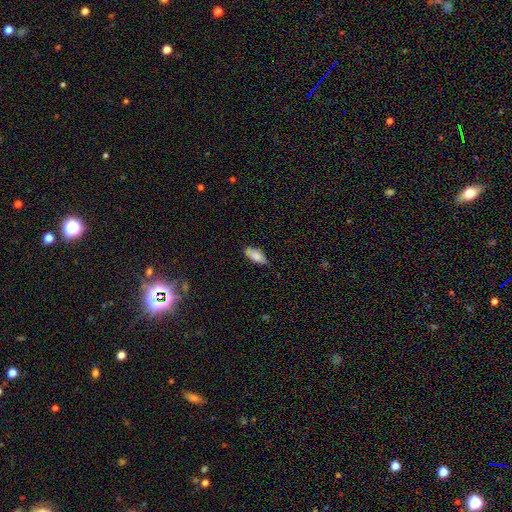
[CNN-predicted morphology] A smooth galaxy with no disk features (84%) that is in between round and cigar-shaped (80%). Merging: none (74%).